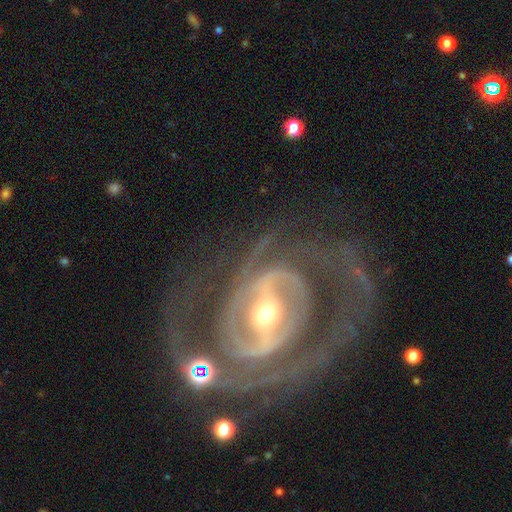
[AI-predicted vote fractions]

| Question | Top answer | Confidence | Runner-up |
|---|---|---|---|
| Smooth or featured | featured or disk | 88% | smooth (6%) |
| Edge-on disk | no | 96% | yes (4%) |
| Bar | strong | 51% | weak (31%) |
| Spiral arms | yes | 86% | no (14%) |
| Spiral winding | tight | 49% | medium (38%) |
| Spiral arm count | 2 | 52% | can't tell (21%) |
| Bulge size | moderate | 52% | small (40%) |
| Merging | none | 54% | major disturbance (22%) |